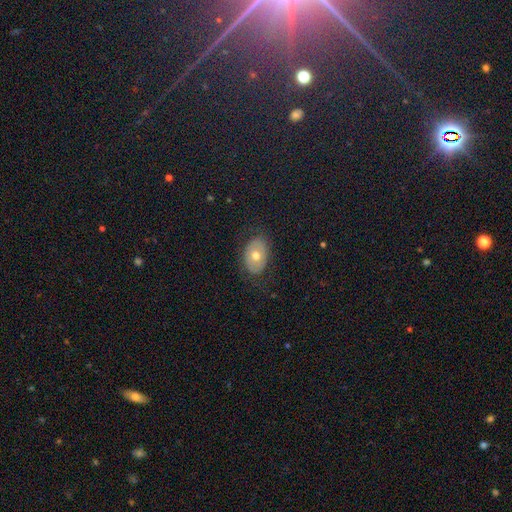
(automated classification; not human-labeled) This is possibly a smooth galaxy (57%). How rounded: clearly in between (84%). Merging: likely none (78%).